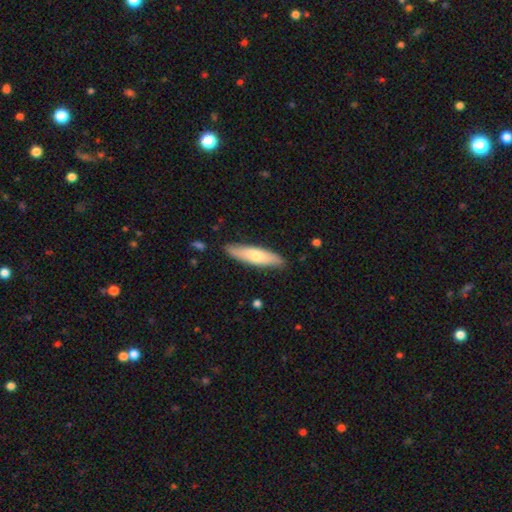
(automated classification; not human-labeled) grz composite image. It shows a smooth galaxy with no disk features (64%) that is cigar-shaped (68%). Merging: none (85%).